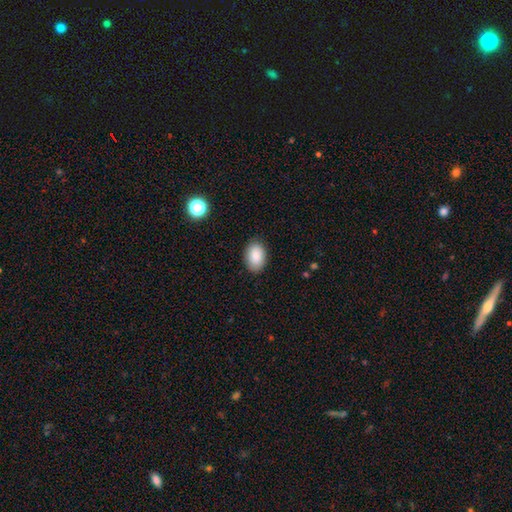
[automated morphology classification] A smooth galaxy with no disk features (88%) that is in between round and cigar-shaped (88%).

Vote fractions:
- Smooth or featured? smooth: 88% / star or artifact: 7% / featured or disk: 5%
- How rounded? in between: 88% / round: 11% / cigar-shaped: 1%
- Merging? none: 87% / minor disturbance: 10% / major disturbance: 2% / merger: 1%